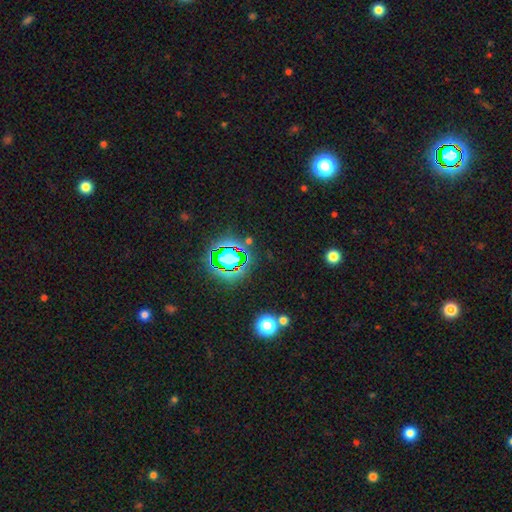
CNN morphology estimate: A star or artifact, not a galaxy (75%).